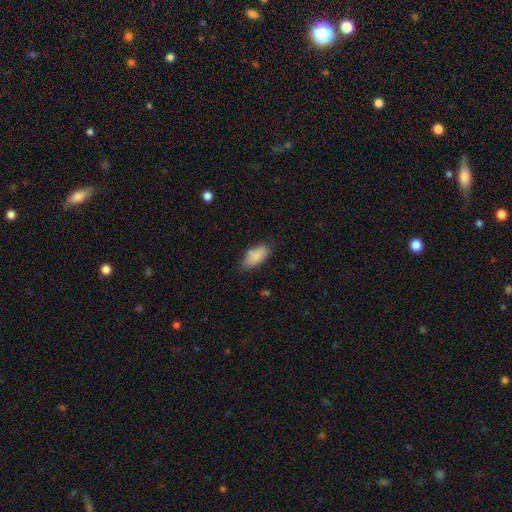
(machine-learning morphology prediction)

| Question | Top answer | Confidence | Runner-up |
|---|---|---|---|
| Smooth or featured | smooth | 85% | featured or disk (8%) |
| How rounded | in between | 89% | cigar-shaped (8%) |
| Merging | none | 68% | minor disturbance (24%) |